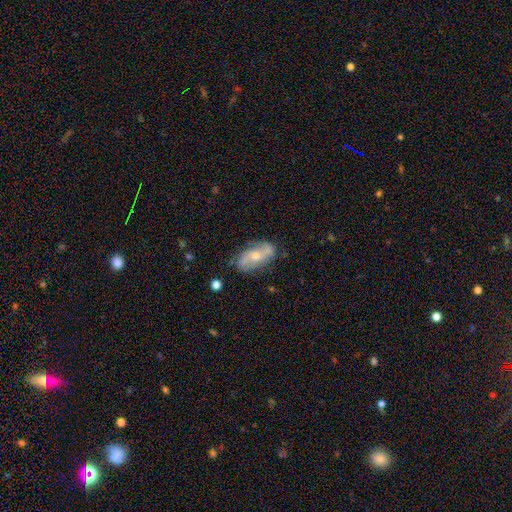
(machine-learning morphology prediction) A featured or disk galaxy (68%) with no bar (53%), 2 (85%) loose (48%) spiral arms (85%) and a moderate central bulge (52%). Merging: none (78%).